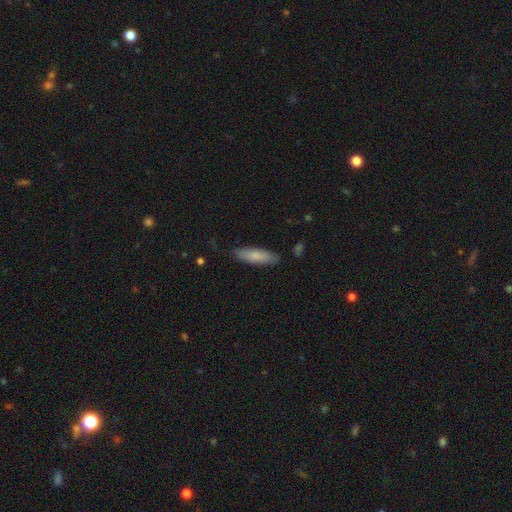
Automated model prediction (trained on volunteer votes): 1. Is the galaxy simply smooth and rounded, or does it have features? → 80% smooth, 14% featured or disk, 6% star or artifact.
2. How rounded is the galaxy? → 64% cigar-shaped, 35% in between, 1% round.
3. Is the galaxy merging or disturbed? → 84% none, 12% minor disturbance, 2% major disturbance, 1% merger.